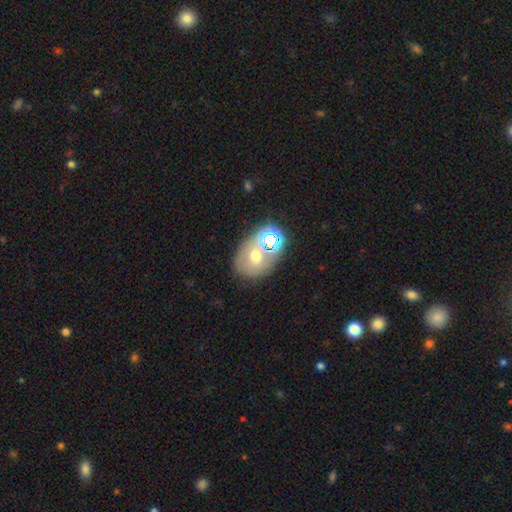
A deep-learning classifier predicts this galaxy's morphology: Overall: smooth (51%; featured or disk 25%). How rounded: round (53%; in between 46%). Merging: none (50%; merger 29%).